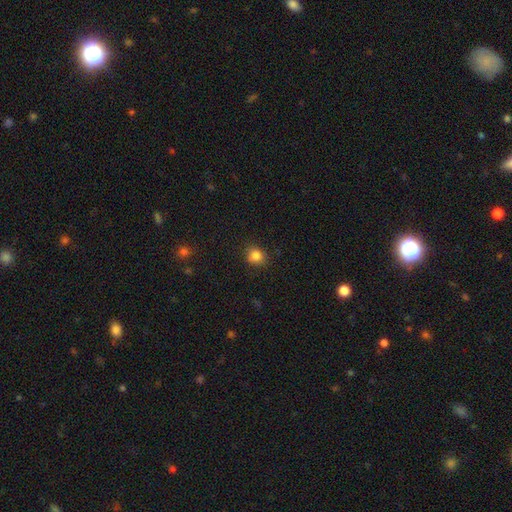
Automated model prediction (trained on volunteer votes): Q: Smooth or featured?
A: smooth (84%); runner-up: star or artifact (12%)
Q: How rounded?
A: round (79%); runner-up: in between (20%)
Q: Merging?
A: none (85%); runner-up: minor disturbance (11%)